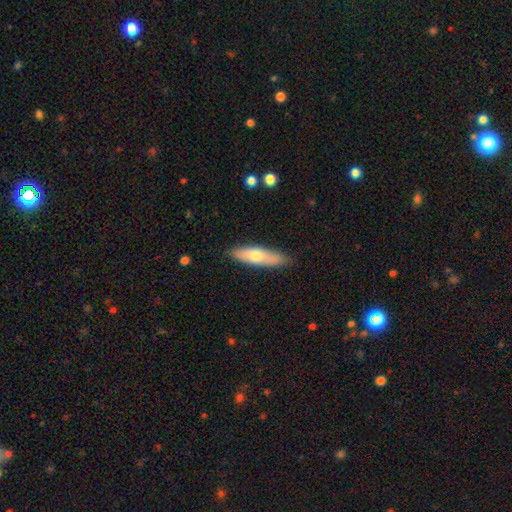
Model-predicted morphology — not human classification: Smooth or featured: smooth — 61% (featured or disk — 33%)
How rounded: cigar-shaped — 60% (in between — 38%)
Merging: none — 86% (minor disturbance — 11%)